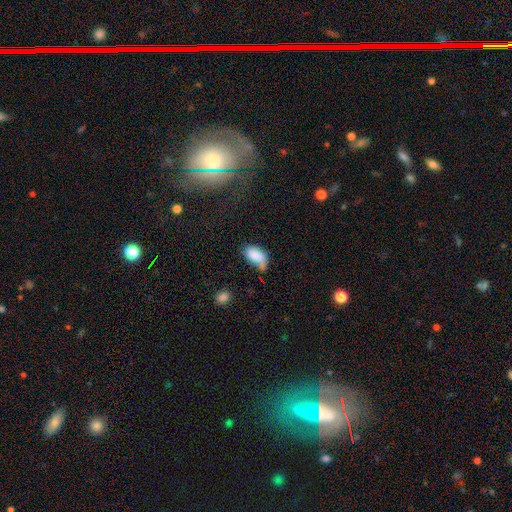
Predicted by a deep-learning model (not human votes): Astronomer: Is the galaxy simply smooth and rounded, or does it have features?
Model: smooth — 81%.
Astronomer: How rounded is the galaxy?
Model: in between — 93%.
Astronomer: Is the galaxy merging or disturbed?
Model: none — 35%, tied with minor disturbance at 35%.